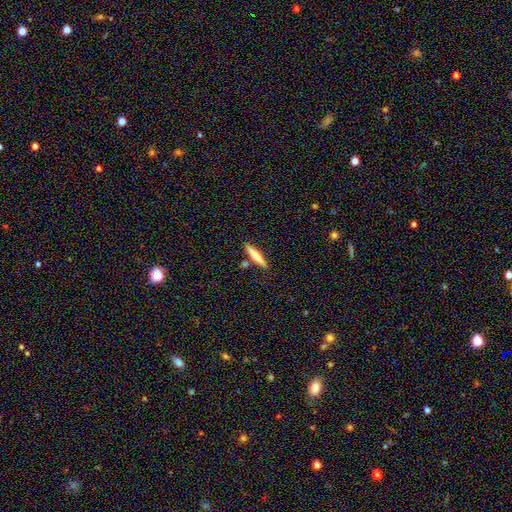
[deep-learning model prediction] This appears to be a smooth galaxy with no disk features (50%) that is cigar-shaped (85%). Merging: none (83%).